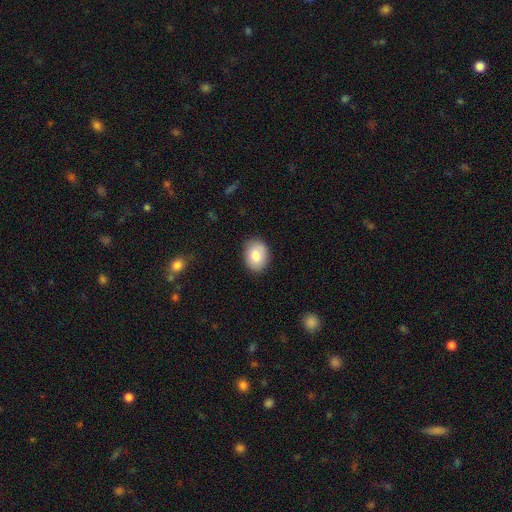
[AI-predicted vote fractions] Morphology: type=smooth (82%); roundness=in between (66%); merging=none (86%).